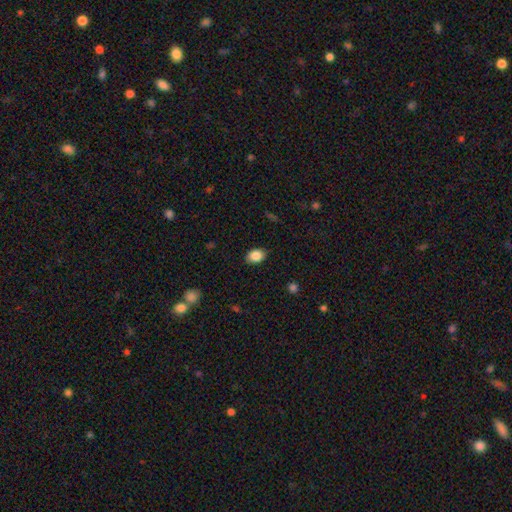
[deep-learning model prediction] This appears to be a smooth galaxy with no disk features (87%) that is in between round and cigar-shaped (76%). Merging: none (87%).